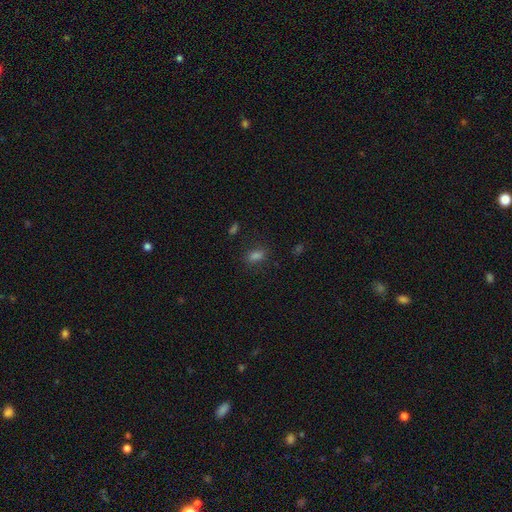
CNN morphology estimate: Smooth or featured: smooth — 77% (star or artifact — 18%)
How rounded: in between — 81% (round — 12%)
Merging: none — 83% (minor disturbance — 11%)